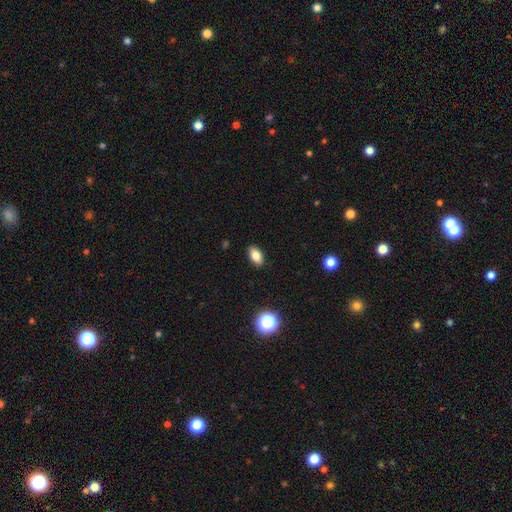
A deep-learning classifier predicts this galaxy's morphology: A smooth galaxy with no disk features (81%) that is in between round and cigar-shaped (89%). Merging: none (89%).